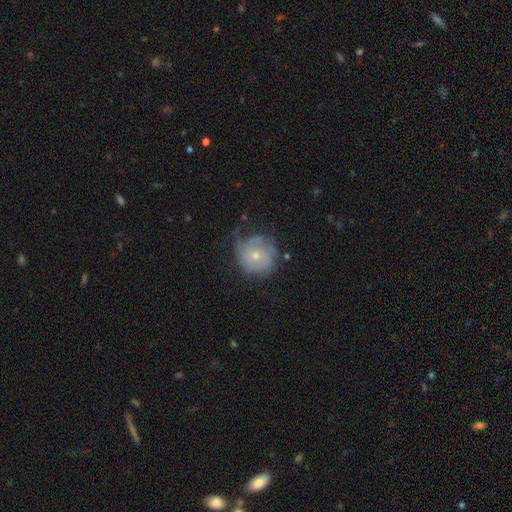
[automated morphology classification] smooth-or-featured: featured or disk: 52% | smooth: 40% | star or artifact: 9%
  disk-edge-on: no: 97% | yes: 3%
    bar: no: 85% | weak: 13% | strong: 2%
    has-spiral-arms: yes: 65% | no: 35%
    bulge-size: small: 52% | moderate: 44% | large: 1% | none: 1% | dominant: 1%
  merging: none: 48% | minor disturbance: 32% | major disturbance: 18% | merger: 2%